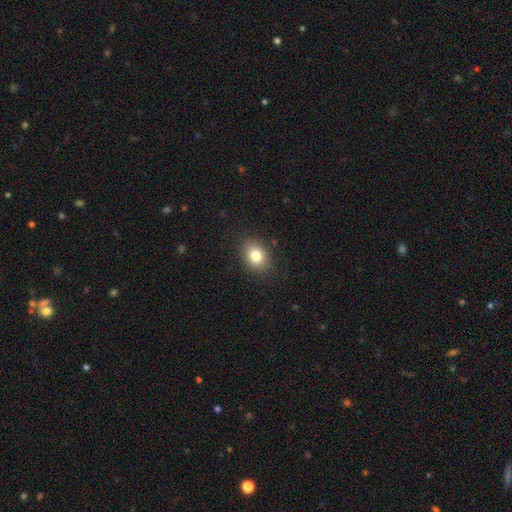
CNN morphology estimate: This is clearly a smooth galaxy (81%). How rounded: likely in between (61%). Merging: clearly none (87%).